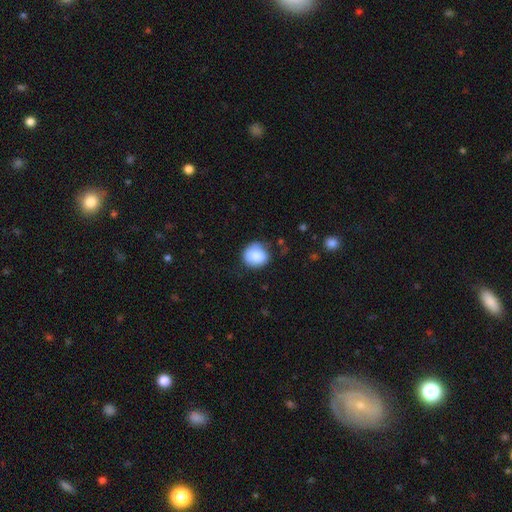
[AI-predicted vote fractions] This appears to be a smooth galaxy with no disk features (81%) that is round (76%). Merging: none (70%).